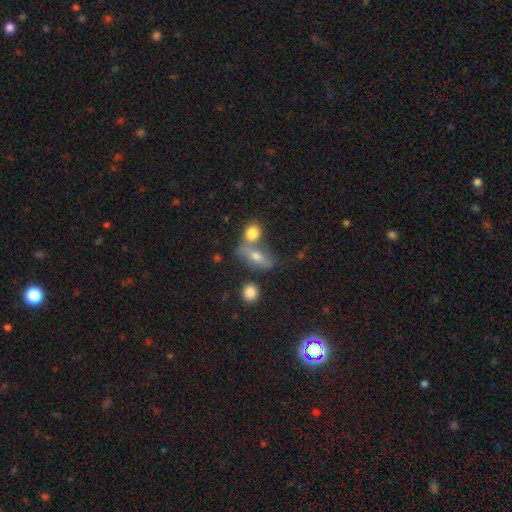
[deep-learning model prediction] Overall: smooth (51%; featured or disk 32%). How rounded: in between (59%; cigar-shaped 24%). Merging: none (48%; merger 35%).